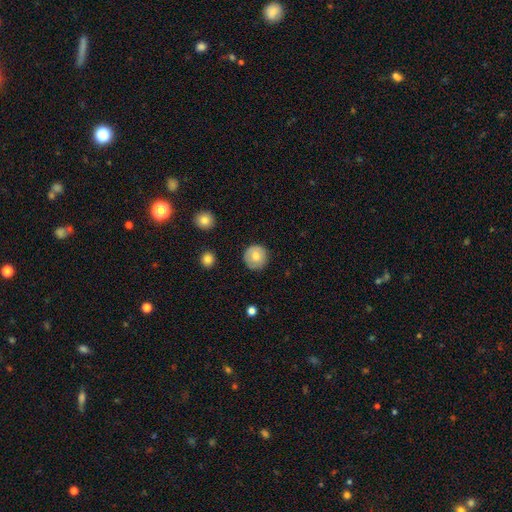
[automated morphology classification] The model was most divided on "smooth or featured": smooth: 72%, featured or disk: 21%, star or artifact: 7%. More confident: how rounded — round (94%); merging — none (86%).